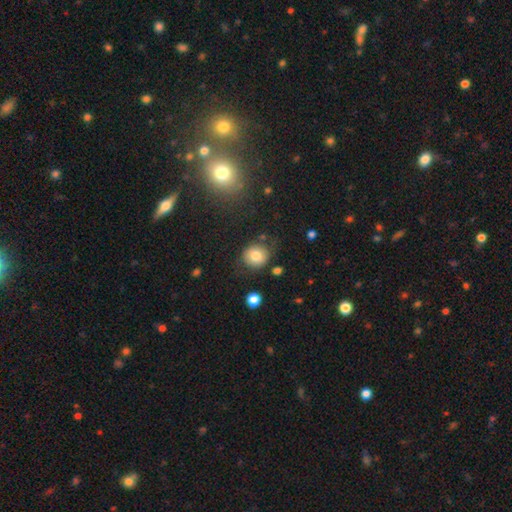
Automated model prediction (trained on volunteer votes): Q: Smooth or featured?
A: smooth (79%); runner-up: featured or disk (11%)
Q: How rounded?
A: round (84%); runner-up: in between (15%)
Q: Merging?
A: none (77%); runner-up: minor disturbance (14%)